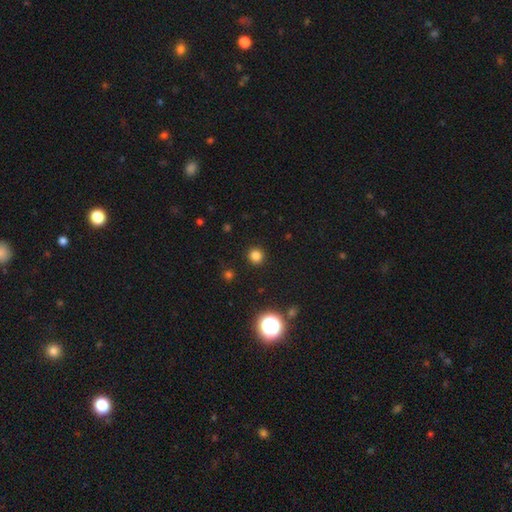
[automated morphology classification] Smooth or featured? Predicted: smooth (p=0.80). How rounded? Predicted: round (p=0.93). Merging? Predicted: none (p=0.91).